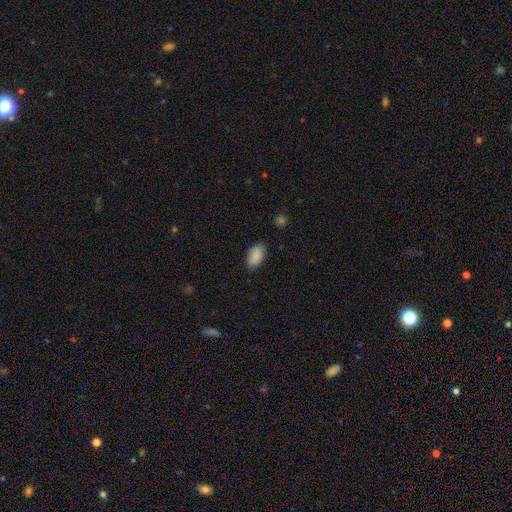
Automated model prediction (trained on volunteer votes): This appears to be a smooth galaxy with no disk features (89%) that is in between round and cigar-shaped (94%). Merging: none (79%).